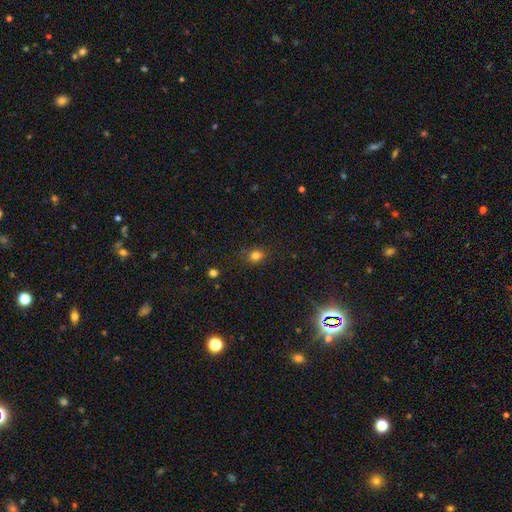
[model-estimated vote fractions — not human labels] A smooth galaxy with no disk features (79%) that is round (66%).

Vote fractions:
- Smooth or featured? smooth: 79% / star or artifact: 15% / featured or disk: 6%
- How rounded? round: 66% / in between: 33% / cigar-shaped: 1%
- Merging? none: 82% / minor disturbance: 13% / major disturbance: 4% / merger: 2%